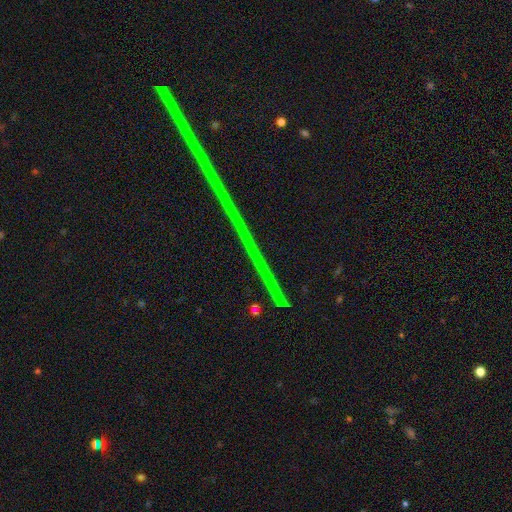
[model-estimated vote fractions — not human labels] Smooth or featured? Predicted: star or artifact (p=0.86).